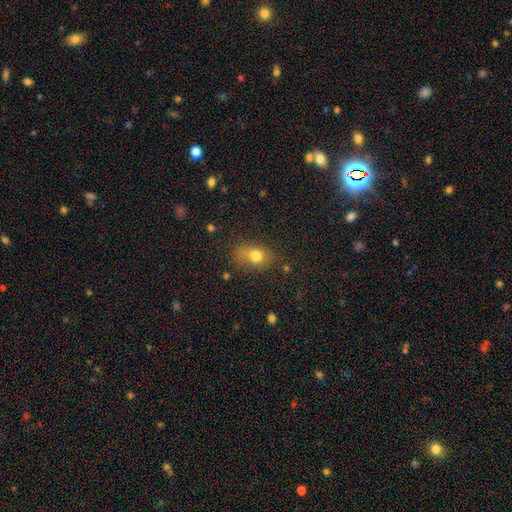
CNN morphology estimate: Smooth or featured? smooth (76%)
How rounded? in between (67%)
Merging? none (60%)